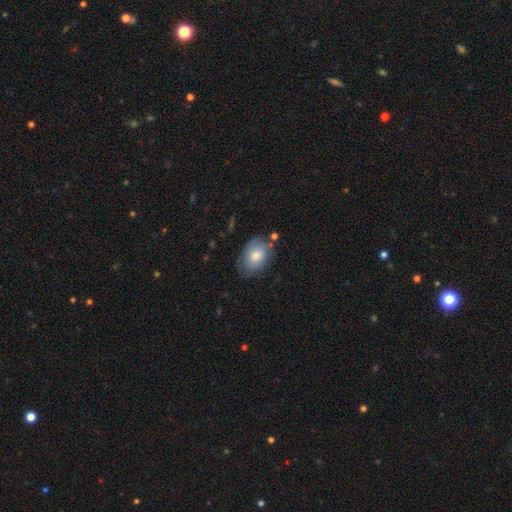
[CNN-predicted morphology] smooth-or-featured: smooth: 72% | featured or disk: 21% | star or artifact: 7%
  how-rounded: in between: 79% | round: 20% | cigar-shaped: 1%
  merging: none: 65% | minor disturbance: 24% | major disturbance: 7% | merger: 4%